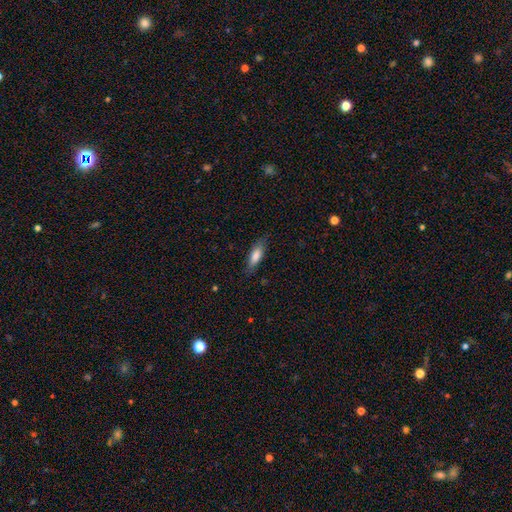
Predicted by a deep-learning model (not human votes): A smooth galaxy with no disk features (76%) that is in between round and cigar-shaped (51%). Merging: none (78%).